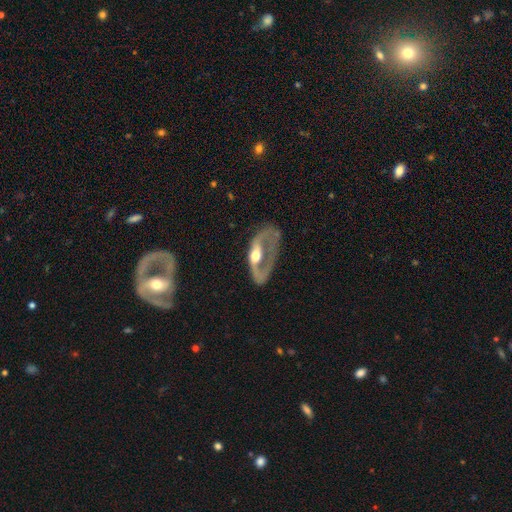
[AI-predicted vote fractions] Overall: featured or disk (72%). Edge-on disk: no (88%). Bar: no (59%; weak 25%). Spiral arms: yes (60%; no 40%). Bulge size: moderate (67%). Merging: major disturbance (50%; none 26%).